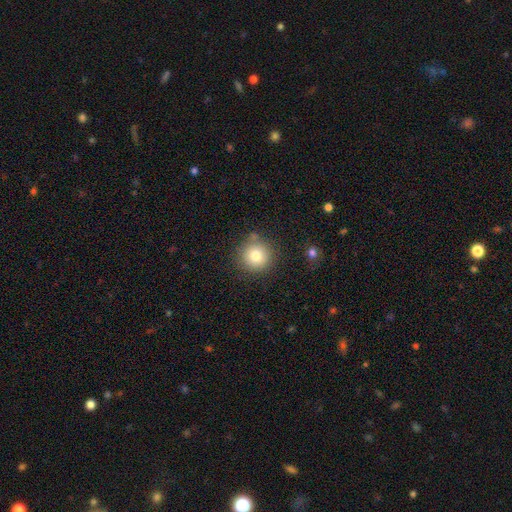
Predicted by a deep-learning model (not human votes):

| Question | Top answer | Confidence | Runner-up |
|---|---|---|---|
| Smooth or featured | smooth | 79% | star or artifact (11%) |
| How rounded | round | 94% | in between (5%) |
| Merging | none | 82% | minor disturbance (11%) |